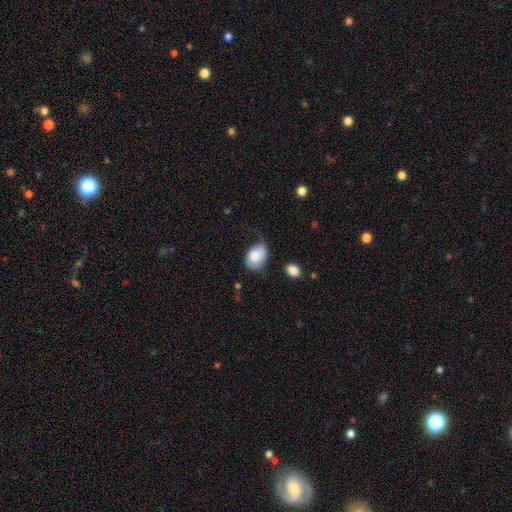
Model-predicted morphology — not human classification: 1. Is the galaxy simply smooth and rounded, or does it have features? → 82% smooth, 11% featured or disk, 7% star or artifact.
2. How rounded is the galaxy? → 79% in between, 20% round, 1% cigar-shaped.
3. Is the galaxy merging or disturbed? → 40% minor disturbance, 36% none, 20% major disturbance, 4% merger.